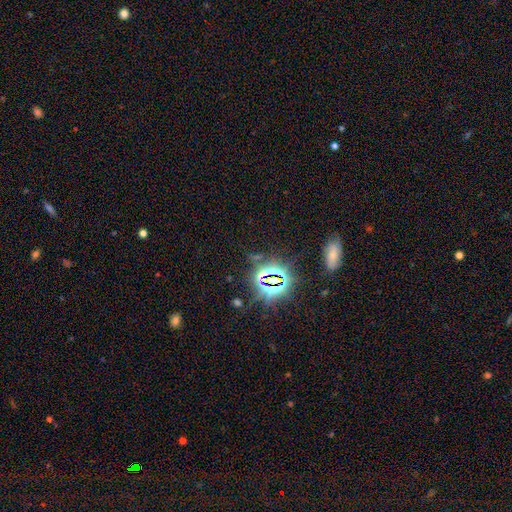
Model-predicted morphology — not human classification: Smooth or featured? Predicted: star or artifact (p=0.78).